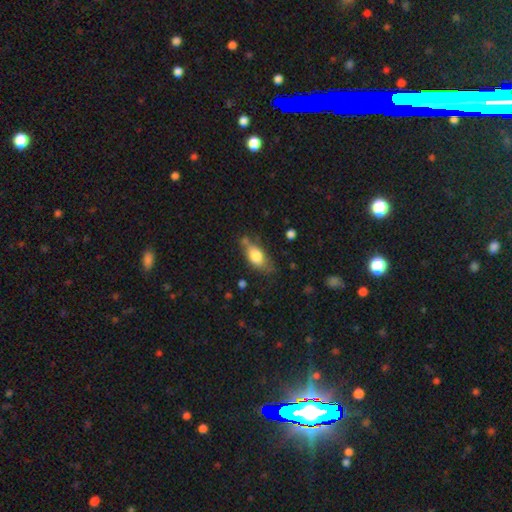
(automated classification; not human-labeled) Overall: smooth (76%). How rounded: in between (84%). Merging: none (58%; minor disturbance 27%).